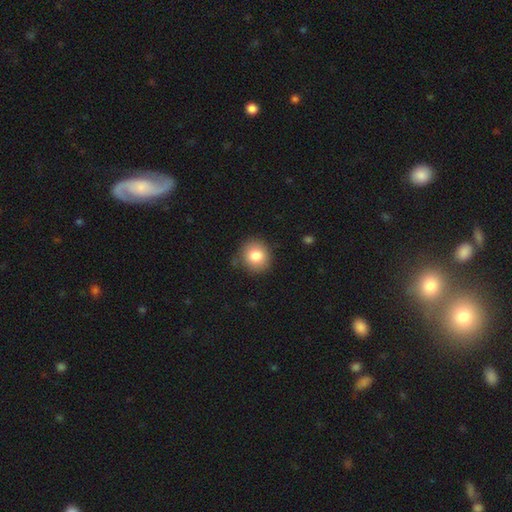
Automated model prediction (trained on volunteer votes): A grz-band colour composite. It shows a smooth galaxy with no disk features (82%) that is round (86%). Merging: none (82%).